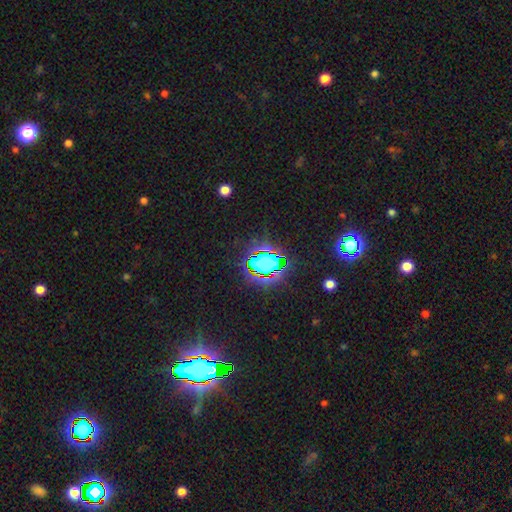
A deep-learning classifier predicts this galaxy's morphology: star or artifact 79%, smooth 13%, featured or disk 8%.